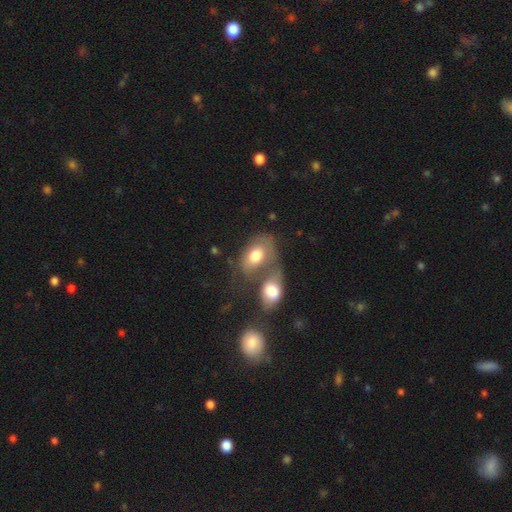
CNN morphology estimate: This appears to be a smooth galaxy with no disk features (65%) that is in between round and cigar-shaped (86%). Merging: merger (57%).